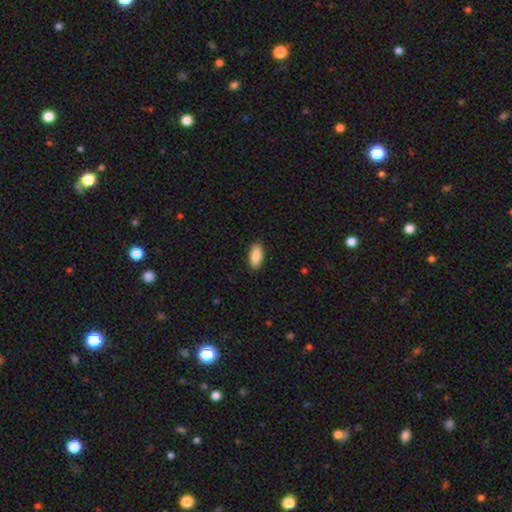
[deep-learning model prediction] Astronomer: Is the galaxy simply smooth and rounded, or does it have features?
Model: smooth — 87%.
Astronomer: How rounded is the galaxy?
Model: in between — 90%.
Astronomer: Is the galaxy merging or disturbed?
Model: none — 88%.